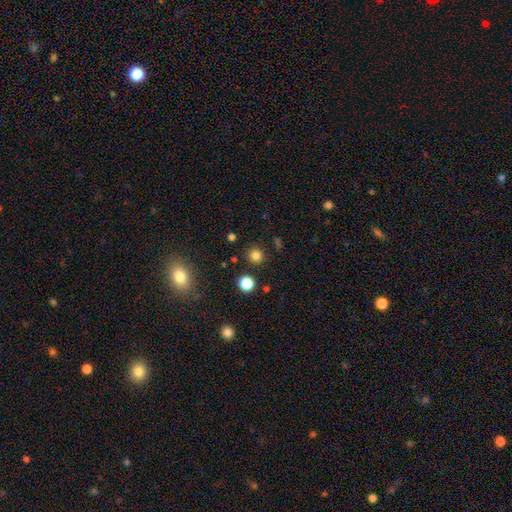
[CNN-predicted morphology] A smooth galaxy with no disk features (80%) that is round (92%).

Vote fractions:
- Smooth or featured? smooth: 80% / star or artifact: 16% / featured or disk: 4%
- How rounded? round: 92% / in between: 7% / cigar-shaped: 1%
- Merging? none: 88% / minor disturbance: 6% / merger: 3% / major disturbance: 2%